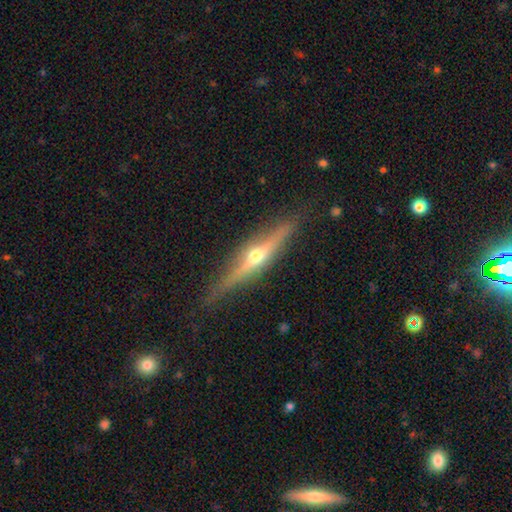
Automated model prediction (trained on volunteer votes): Smooth or featured: featured or disk — 75% (smooth — 19%)
Edge-on disk: yes — 96% (no — 4%)
Edge-on bulge: rounded — 91% (none — 5%)
Merging: none — 84% (minor disturbance — 11%)